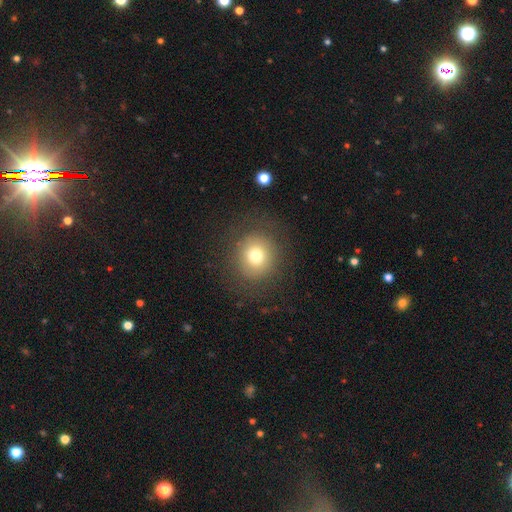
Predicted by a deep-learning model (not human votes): Morphology: type=smooth (73%); roundness=round (90%); merging=none (85%).